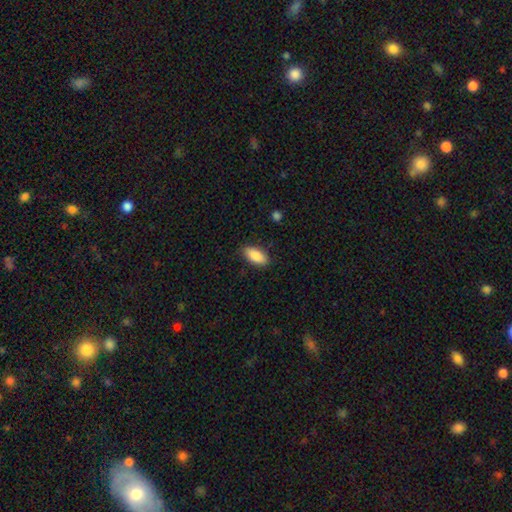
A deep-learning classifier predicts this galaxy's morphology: smooth-or-featured: smooth: 89% | star or artifact: 6% | featured or disk: 5%
  how-rounded: in between: 90% | cigar-shaped: 8% | round: 2%
  merging: none: 86% | minor disturbance: 11% | major disturbance: 2% | merger: 1%